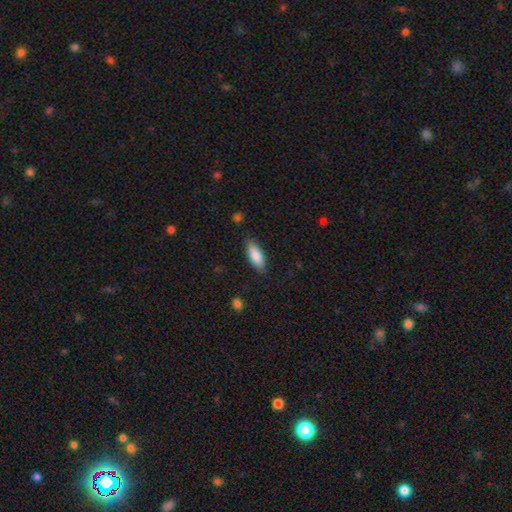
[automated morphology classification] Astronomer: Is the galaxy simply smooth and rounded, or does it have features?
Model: smooth — 84%.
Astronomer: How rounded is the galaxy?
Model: in between — 74%.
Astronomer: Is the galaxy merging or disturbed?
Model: none — 83%.